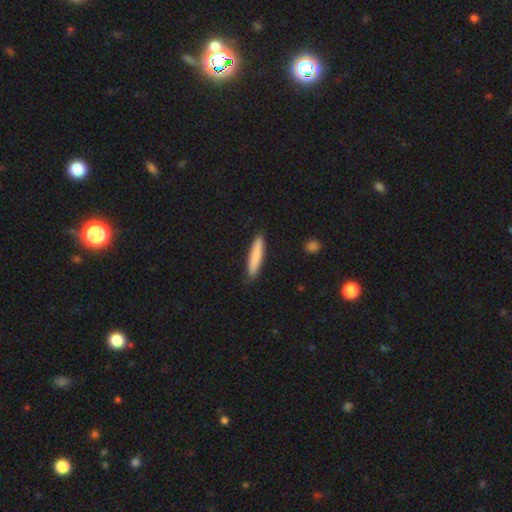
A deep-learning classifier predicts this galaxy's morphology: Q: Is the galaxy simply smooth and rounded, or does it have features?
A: smooth — 82%.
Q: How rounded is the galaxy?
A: cigar-shaped — 89%.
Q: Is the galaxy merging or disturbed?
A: none — 87%.